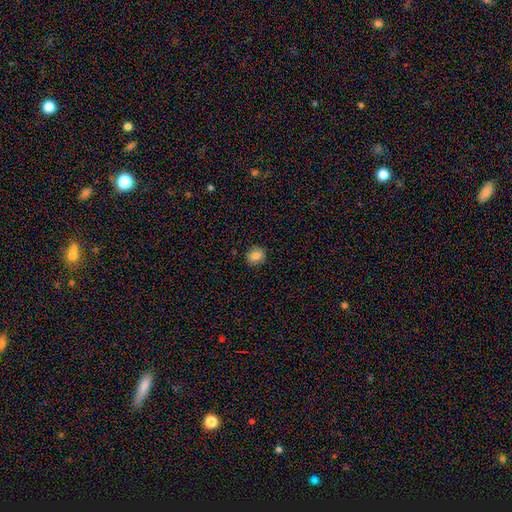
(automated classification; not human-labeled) A smooth galaxy with no disk features (84%) that is round (75%).

Vote fractions:
- Smooth or featured? smooth: 84% / star or artifact: 10% / featured or disk: 6%
- How rounded? round: 75% / in between: 24% / cigar-shaped: 1%
- Merging? none: 88% / minor disturbance: 9% / major disturbance: 2% / merger: 1%